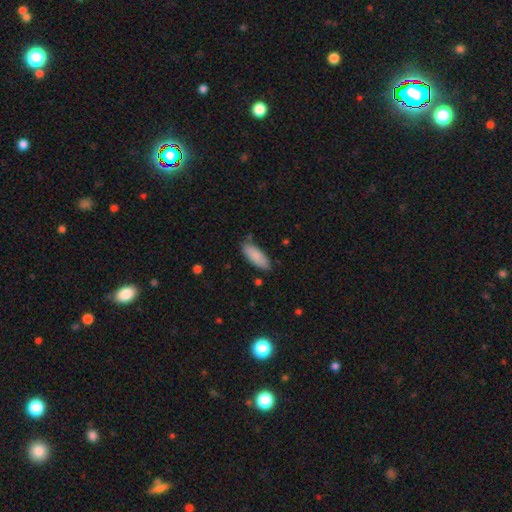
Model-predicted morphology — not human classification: Q: Smooth or featured?
A: smooth (88%); runner-up: featured or disk (7%)
Q: How rounded?
A: in between (74%); runner-up: cigar-shaped (24%)
Q: Merging?
A: none (82%); runner-up: minor disturbance (13%)